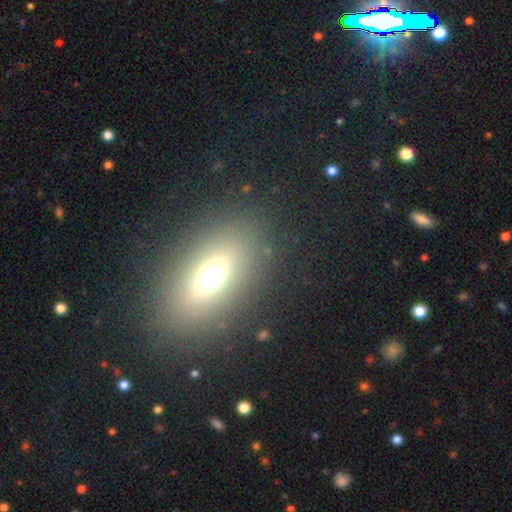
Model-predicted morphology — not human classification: The model was most divided on "smooth or featured": smooth: 59%, featured or disk: 22%, star or artifact: 18%. More confident: merging — none (85%); how rounded — in between (79%).